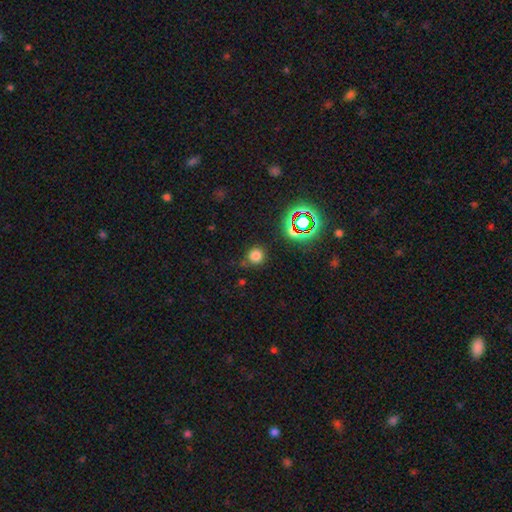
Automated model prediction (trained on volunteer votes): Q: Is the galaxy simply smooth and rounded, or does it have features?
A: smooth — 74%.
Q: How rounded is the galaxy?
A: round — 92%.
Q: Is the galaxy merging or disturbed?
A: none — 79%.